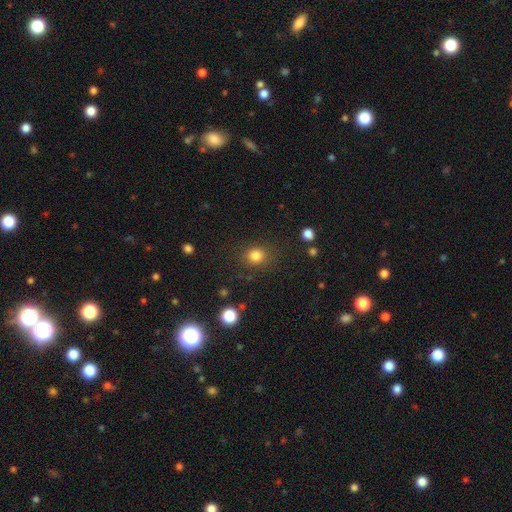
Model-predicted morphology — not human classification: Smooth or featured? Predicted: smooth (p=0.82). How rounded? Predicted: round (p=0.74). Merging? Predicted: none (p=0.83).